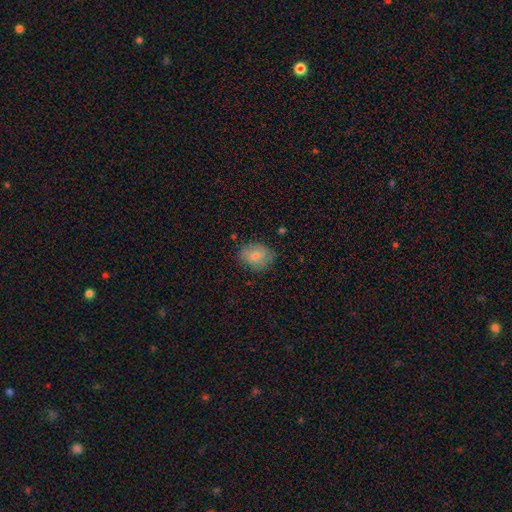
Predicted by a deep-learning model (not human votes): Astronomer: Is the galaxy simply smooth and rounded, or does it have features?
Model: smooth — 73%.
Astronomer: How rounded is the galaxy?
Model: round — 50% (runner-up: in between, 49%).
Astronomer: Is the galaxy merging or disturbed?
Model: none — 73%.